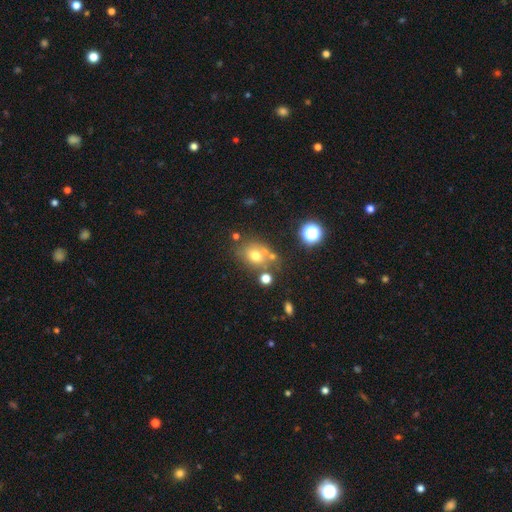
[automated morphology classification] Smooth or featured: smooth — 64% (star or artifact — 18%)
How rounded: round — 50% (in between — 49%)
Merging: none — 57% (merger — 21%)